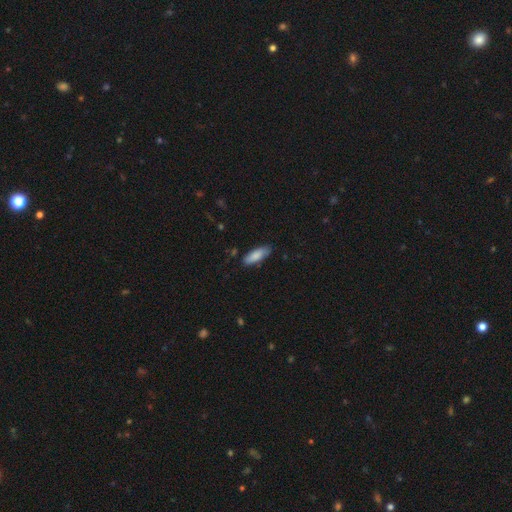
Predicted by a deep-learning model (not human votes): Smooth or featured? smooth (85%)
How rounded? in between (62%)
Merging? none (81%)